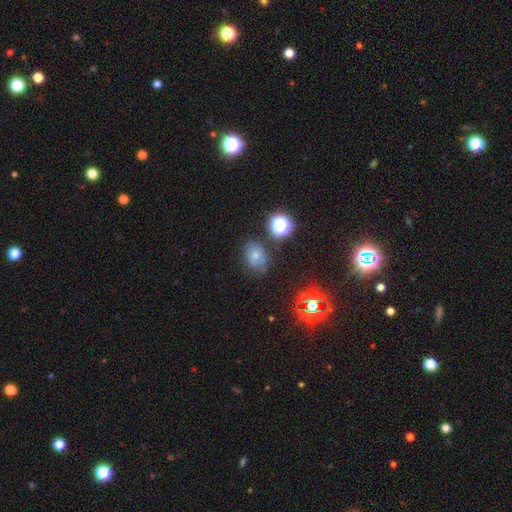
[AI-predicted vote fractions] Q: Smooth or featured?
A: smooth (64%); runner-up: star or artifact (19%)
Q: How rounded?
A: in between (65%); runner-up: round (34%)
Q: Merging?
A: none (68%); runner-up: minor disturbance (20%)